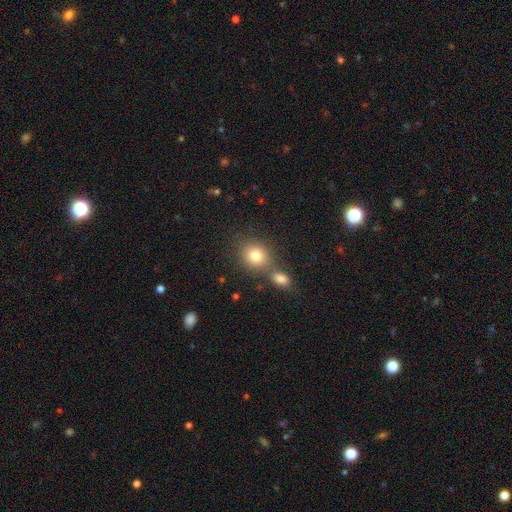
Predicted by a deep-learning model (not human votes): A smooth galaxy with no disk features (79%) that is round (75%). Merging: none (56%).